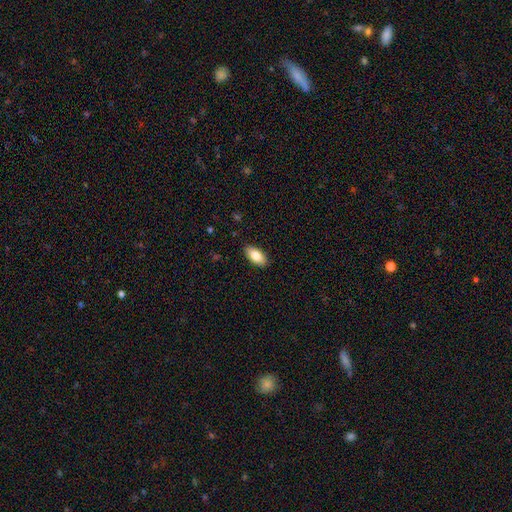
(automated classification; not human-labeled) Overall: smooth (82%). How rounded: in between (92%). Merging: none (88%).